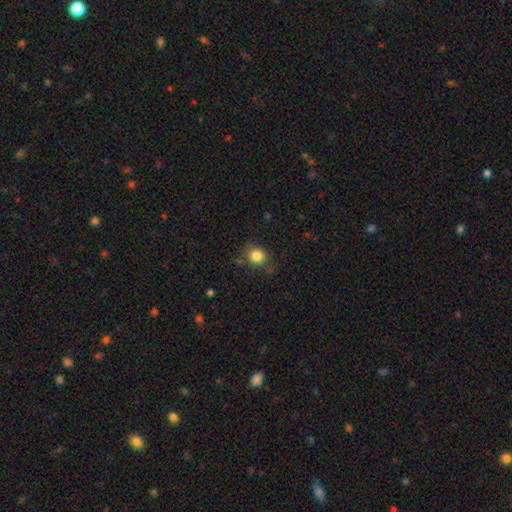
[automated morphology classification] The model was most divided on "merging": none: 77%, minor disturbance: 16%, major disturbance: 4%, merger: 3%. More confident: smooth or featured — smooth (83%); how rounded — round (83%).